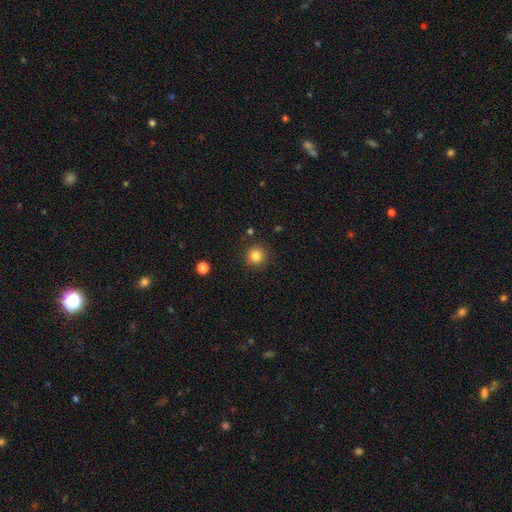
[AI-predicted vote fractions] Smooth or featured? smooth (83%)
How rounded? round (94%)
Merging? none (90%)